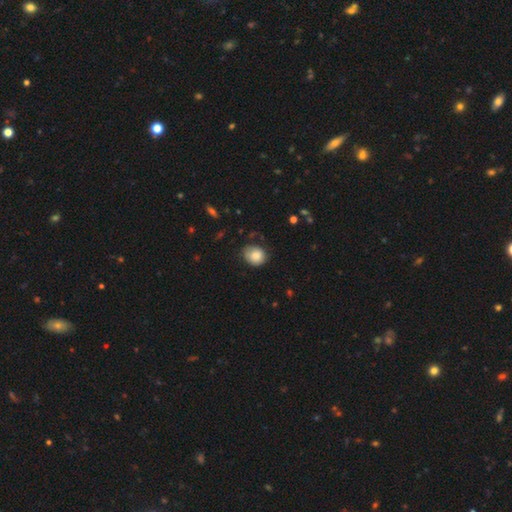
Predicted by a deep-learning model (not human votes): Morphology: type=smooth (83%); roundness=round (63%); merging=none (68%).